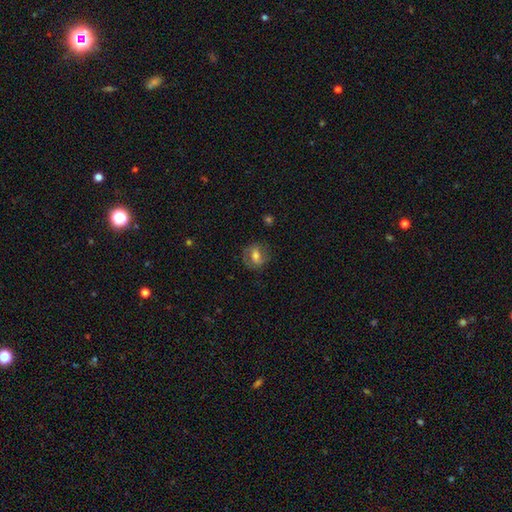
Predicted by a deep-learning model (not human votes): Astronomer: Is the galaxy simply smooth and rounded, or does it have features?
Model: smooth — 46% (runner-up: featured or disk, 45%).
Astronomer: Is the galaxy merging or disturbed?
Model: none — 72%.